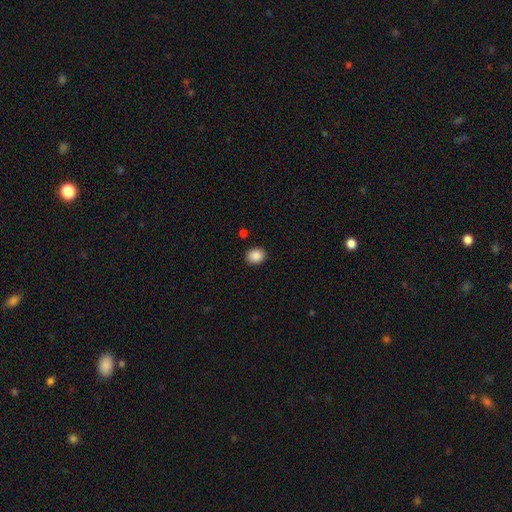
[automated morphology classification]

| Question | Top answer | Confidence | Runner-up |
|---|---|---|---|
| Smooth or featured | smooth | 89% | star or artifact (9%) |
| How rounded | round | 58% | in between (41%) |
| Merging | none | 89% | minor disturbance (7%) |